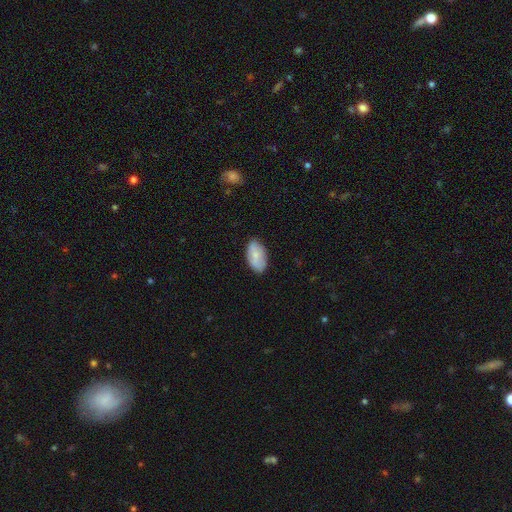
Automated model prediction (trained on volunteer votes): Smooth or featured? Predicted: smooth (p=0.74). How rounded? Predicted: in between (p=0.94). Merging? Predicted: none (p=0.81).